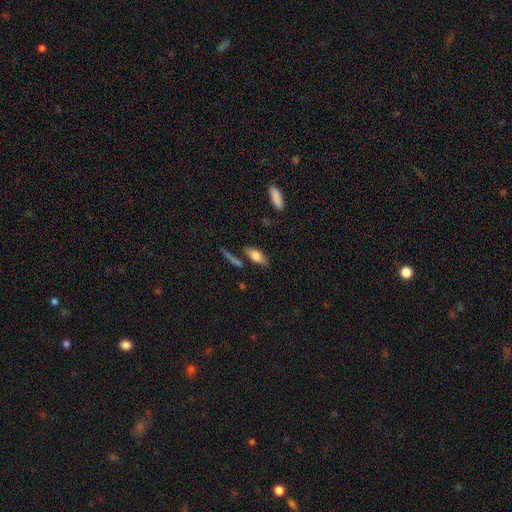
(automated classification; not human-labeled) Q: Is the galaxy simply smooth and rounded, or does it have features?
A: smooth — 67%.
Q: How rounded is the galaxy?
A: in between — 73%.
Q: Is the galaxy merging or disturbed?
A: none — 71%.